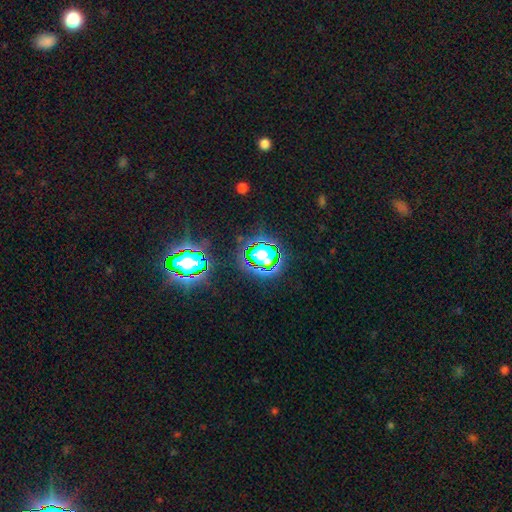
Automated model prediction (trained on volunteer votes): Morphology: type=star or artifact (81%).